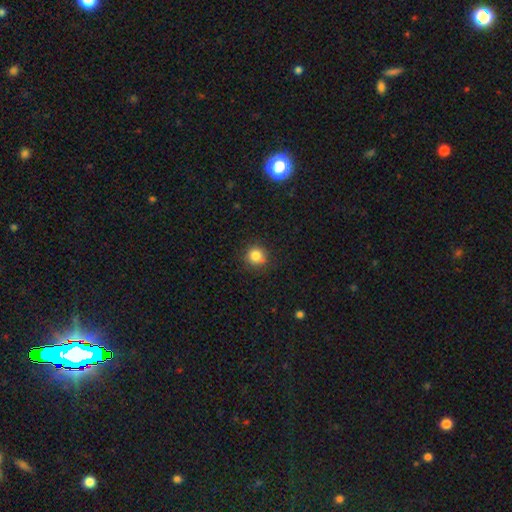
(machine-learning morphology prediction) Smooth or featured: smooth — 84% (star or artifact — 11%)
How rounded: round — 90% (in between — 9%)
Merging: none — 83% (minor disturbance — 12%)